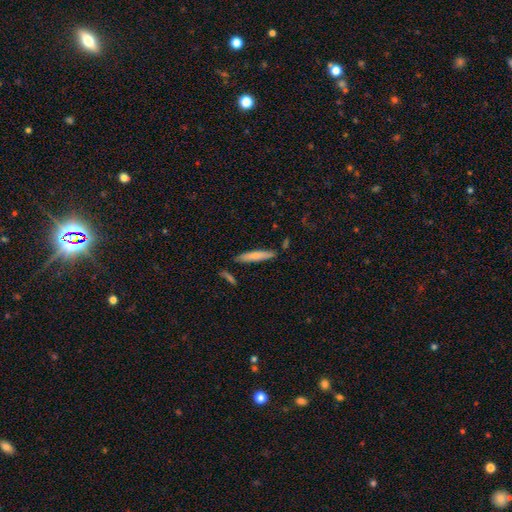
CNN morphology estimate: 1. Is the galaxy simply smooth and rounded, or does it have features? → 71% smooth, 23% featured or disk, 6% star or artifact.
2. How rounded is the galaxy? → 91% cigar-shaped, 7% in between, 1% round.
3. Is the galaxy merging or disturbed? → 83% none, 11% minor disturbance, 4% merger, 2% major disturbance.